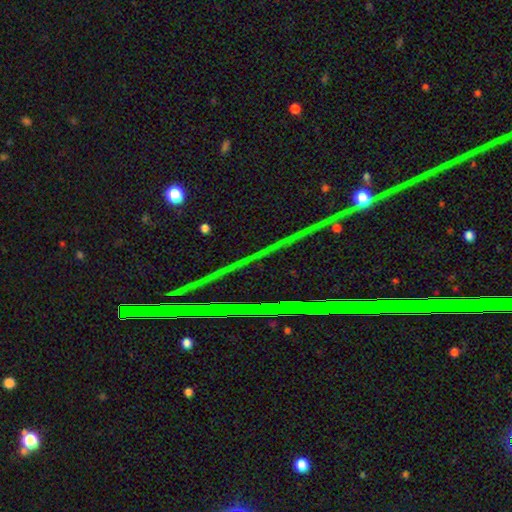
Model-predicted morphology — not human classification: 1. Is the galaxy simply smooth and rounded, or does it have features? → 82% star or artifact, 11% featured or disk, 7% smooth.